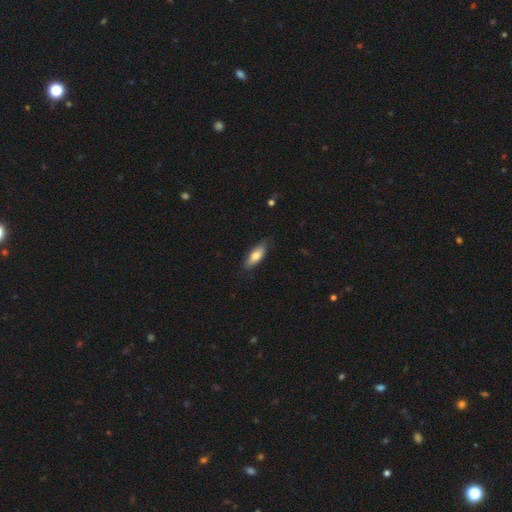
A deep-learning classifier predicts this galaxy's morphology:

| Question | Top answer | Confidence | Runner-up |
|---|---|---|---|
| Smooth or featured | smooth | 75% | featured or disk (19%) |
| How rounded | in between | 68% | cigar-shaped (30%) |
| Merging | none | 81% | minor disturbance (15%) |